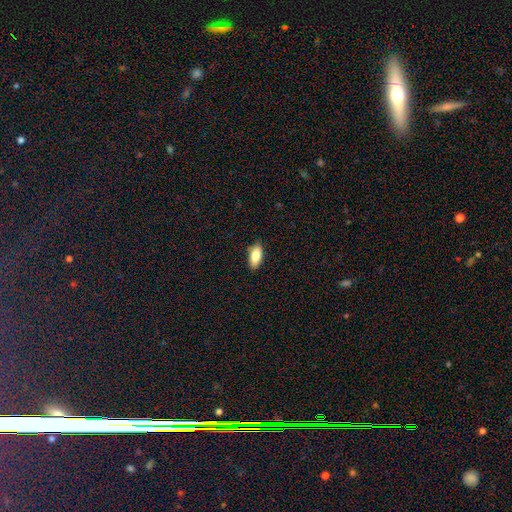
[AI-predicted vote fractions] A smooth galaxy with no disk features (83%) that is in between round and cigar-shaped (88%). Merging: none (87%).